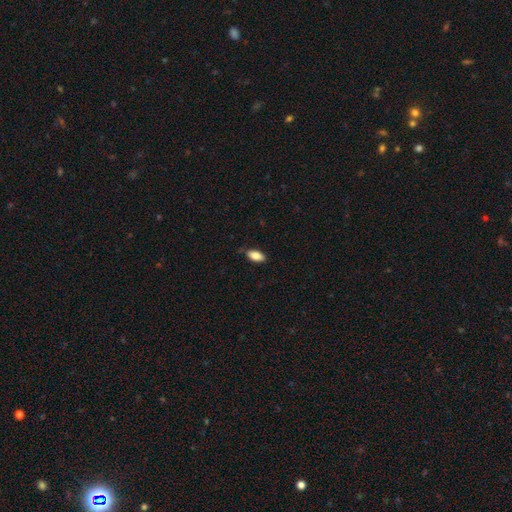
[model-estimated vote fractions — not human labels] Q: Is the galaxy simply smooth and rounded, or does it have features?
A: smooth — 85%.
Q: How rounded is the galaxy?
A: in between — 89%.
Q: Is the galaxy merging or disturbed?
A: none — 80%.